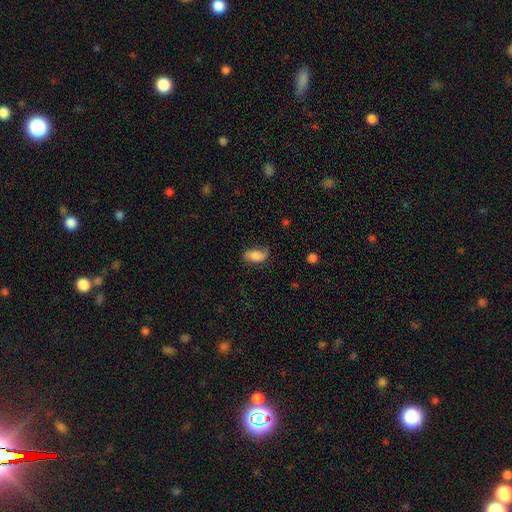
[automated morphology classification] smooth-or-featured: smooth: 77% | featured or disk: 15% | star or artifact: 8%
  how-rounded: in between: 91% | round: 5% | cigar-shaped: 3%
  merging: none: 61% | minor disturbance: 28% | major disturbance: 9% | merger: 2%